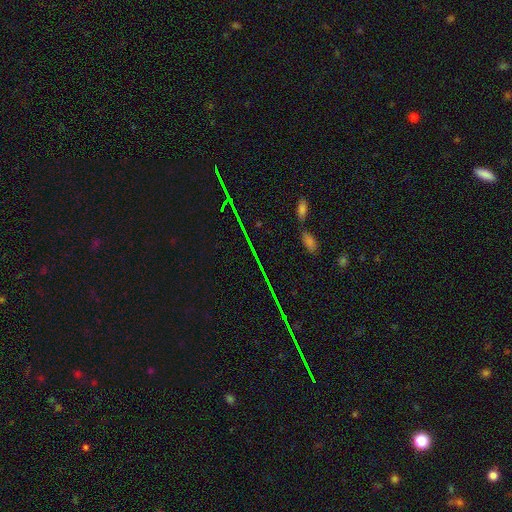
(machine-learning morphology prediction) A star or artifact, not a galaxy (72%).